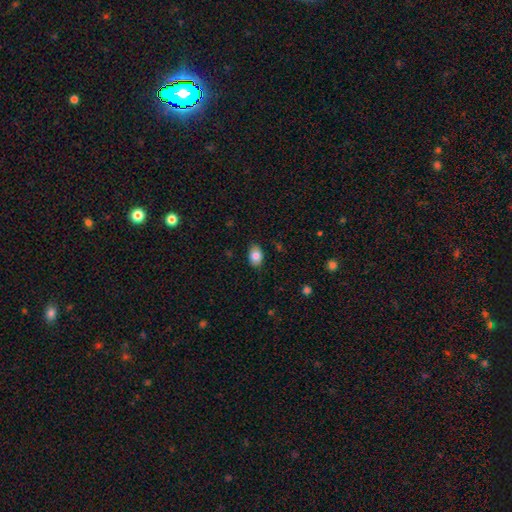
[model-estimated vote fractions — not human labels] This is clearly a smooth galaxy (82%). How rounded: clearly in between (82%). Merging: clearly none (86%).